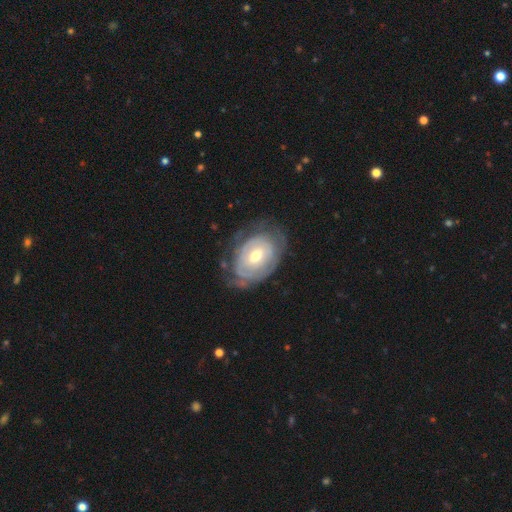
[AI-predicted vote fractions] Smooth or featured? Predicted: featured or disk (p=0.73). Edge-on disk? Predicted: no (p=0.95). Bar? Predicted: no (p=0.57). Spiral arms? Predicted: yes (p=0.70). Bulge size? Predicted: moderate (p=0.64). Merging? Predicted: none (p=0.64).